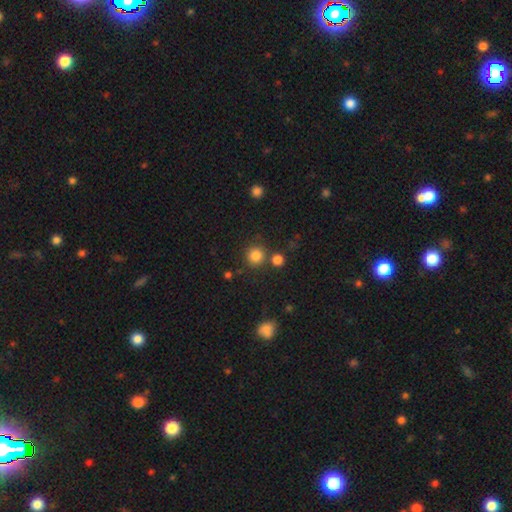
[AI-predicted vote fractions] This is clearly a smooth galaxy (83%). How rounded: clearly round (92%). Merging: likely none (78%).